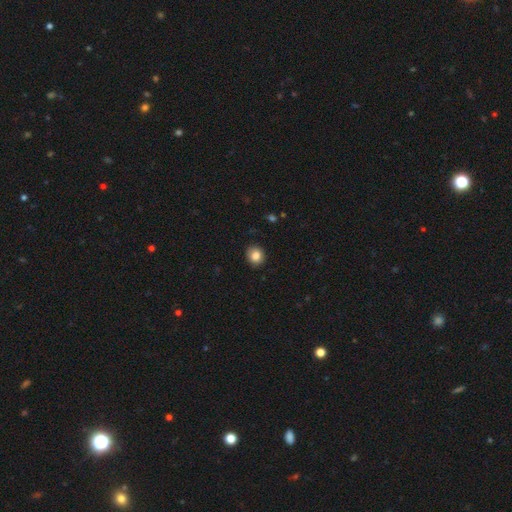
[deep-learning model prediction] This is clearly a smooth galaxy (85%). How rounded: likely round (75%). Merging: clearly none (88%).